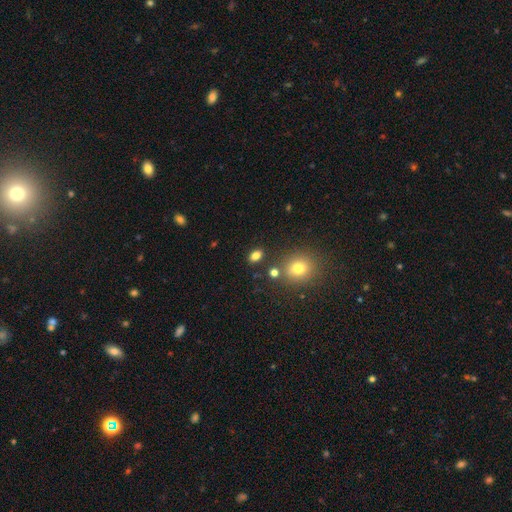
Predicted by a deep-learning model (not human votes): The model was most divided on "how rounded": in between: 76%, round: 21%, cigar-shaped: 2%. More confident: merging — none (81%); smooth or featured — smooth (80%).